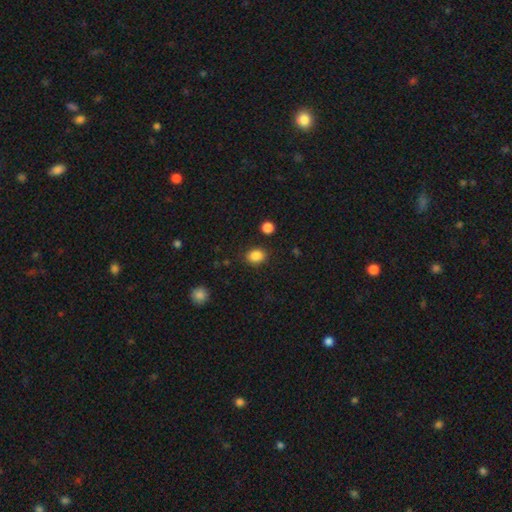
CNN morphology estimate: Overall: smooth (86%). How rounded: round (51%; in between 48%). Merging: none (84%).